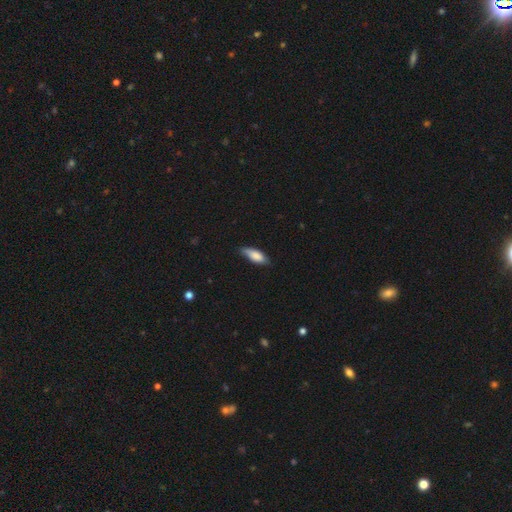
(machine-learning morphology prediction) A smooth galaxy with no disk features (81%) that is in between round and cigar-shaped (70%). Merging: none (69%).